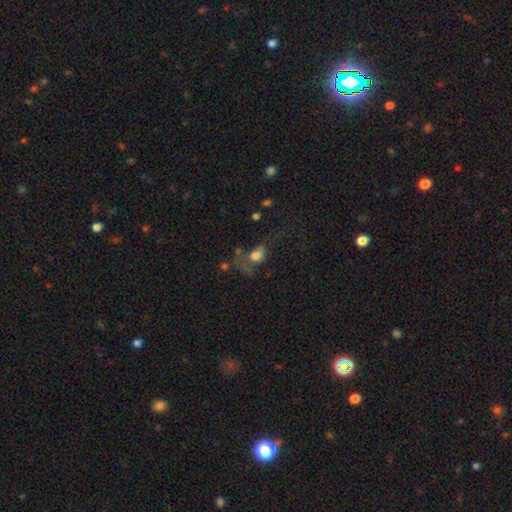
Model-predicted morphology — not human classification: Smooth or featured: smooth — 65% (featured or disk — 22%)
How rounded: in between — 58% (round — 39%)
Merging: major disturbance — 52% (none — 22%)